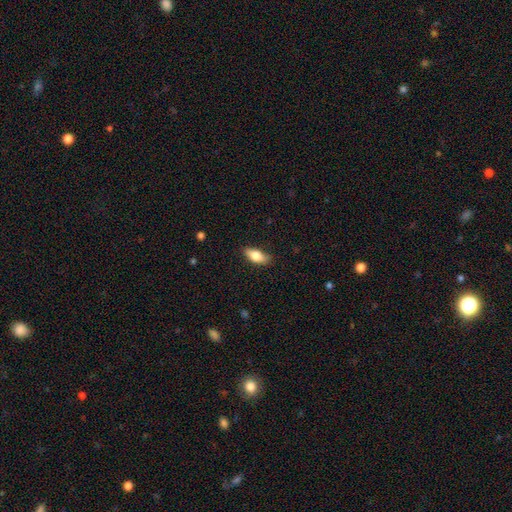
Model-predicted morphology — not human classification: This is likely a smooth galaxy (74%). How rounded: clearly in between (80%). Merging: clearly none (81%).